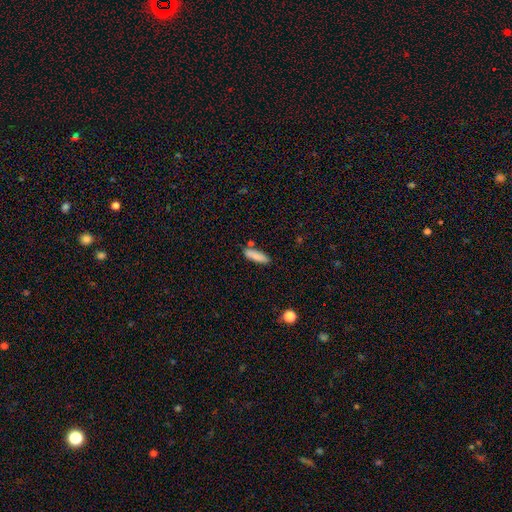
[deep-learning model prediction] Overall: smooth (85%). How rounded: cigar-shaped (55%; in between 43%). Merging: none (78%).